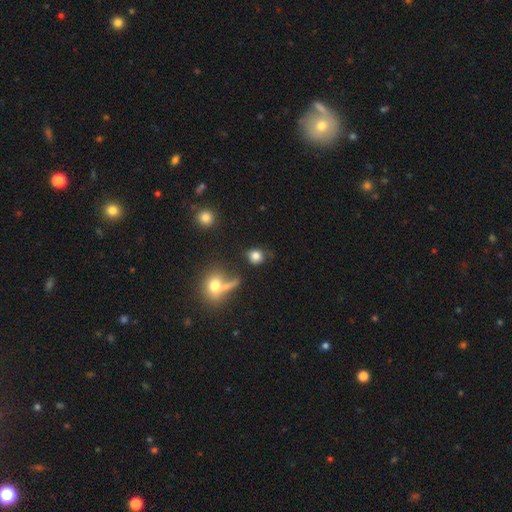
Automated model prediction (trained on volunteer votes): Smooth or featured?
  - smooth: 79% *
  - star or artifact: 11%
  - featured or disk: 10%
How rounded?
  - round: 70% *
  - in between: 28%
  - cigar-shaped: 2%
Merging?
  - none: 61% *
  - minor disturbance: 19%
  - major disturbance: 10%
  - merger: 10%